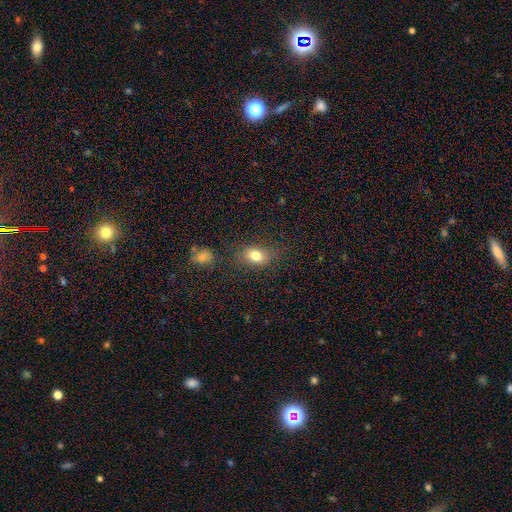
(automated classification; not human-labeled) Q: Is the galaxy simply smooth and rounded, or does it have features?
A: smooth — 79%.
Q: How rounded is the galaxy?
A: in between — 72%.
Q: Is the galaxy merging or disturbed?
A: none — 77%.